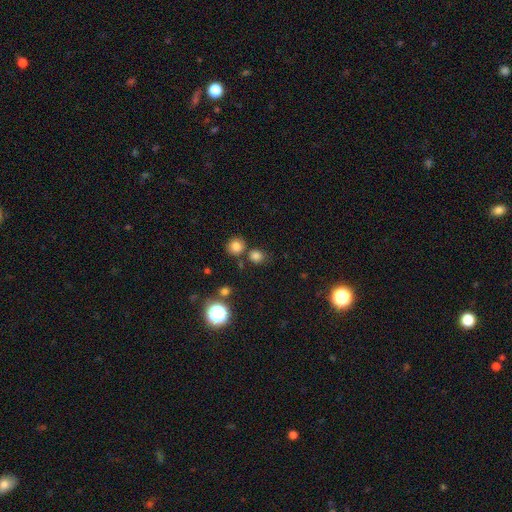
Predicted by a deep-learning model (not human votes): smooth_or_featured: smooth (p=0.77) [alt: star or artifact p=0.18]
how_rounded: round (p=0.82) [alt: in between p=0.17]
merging: none (p=0.72) [alt: merger p=0.15]